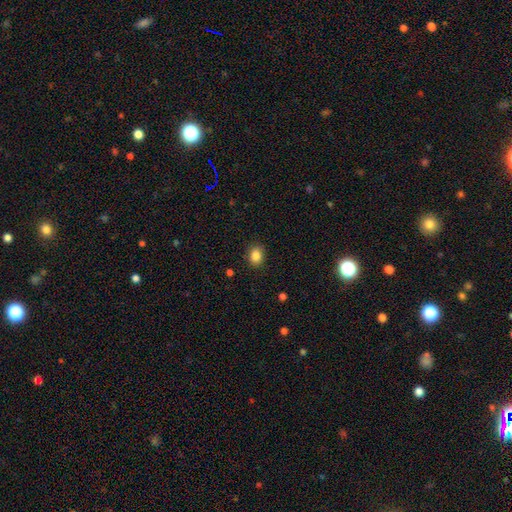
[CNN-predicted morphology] smooth 86%, star or artifact 10%, featured or disk 5%. Down the decision tree: how rounded — in between (54%); merging — none (88%).